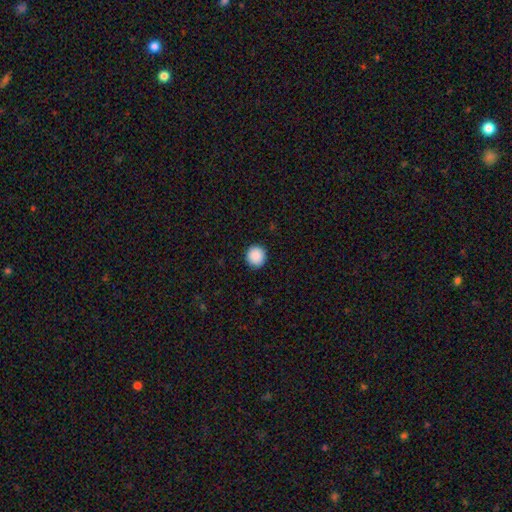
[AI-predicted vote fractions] Morphology: type=smooth (90%); roundness=round (94%); merging=none (92%).